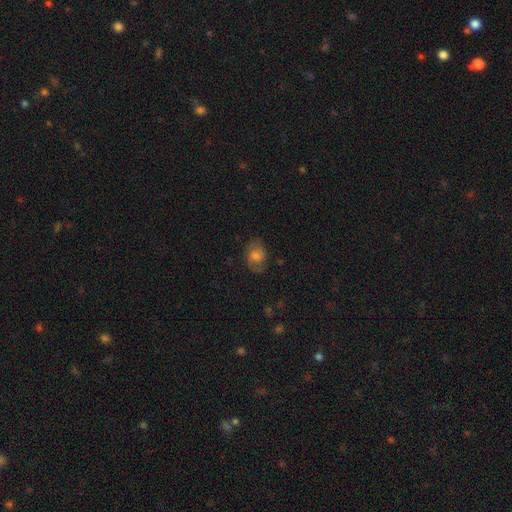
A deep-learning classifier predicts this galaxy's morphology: smooth-or-featured: smooth: 46% | featured or disk: 42% | star or artifact: 11%
  merging: none: 72% | minor disturbance: 19% | major disturbance: 8% | merger: 1%